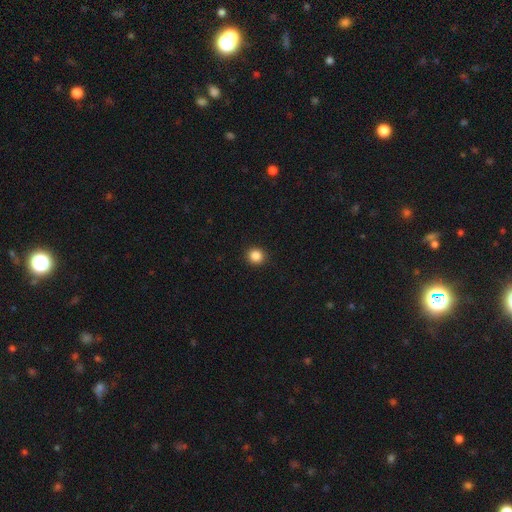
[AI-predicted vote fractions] Smooth or featured?
  - smooth: 87% *
  - star or artifact: 10%
  - featured or disk: 3%
How rounded?
  - round: 91% *
  - in between: 8%
  - cigar-shaped: 1%
Merging?
  - none: 92% *
  - minor disturbance: 5%
  - major disturbance: 2%
  - merger: 1%